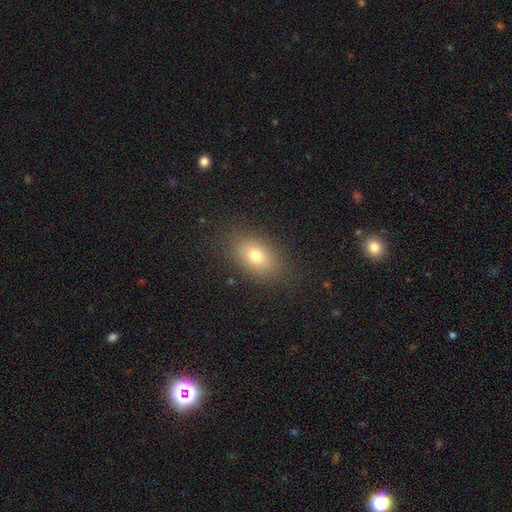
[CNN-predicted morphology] This appears to be a smooth galaxy with no disk features (75%) that is in between round and cigar-shaped (82%). Merging: none (85%).